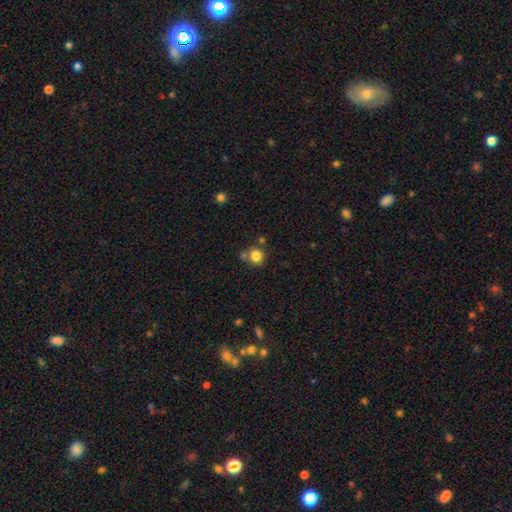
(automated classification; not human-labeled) Smooth or featured? Predicted: smooth (p=0.82). How rounded? Predicted: round (p=0.89). Merging? Predicted: none (p=0.66).